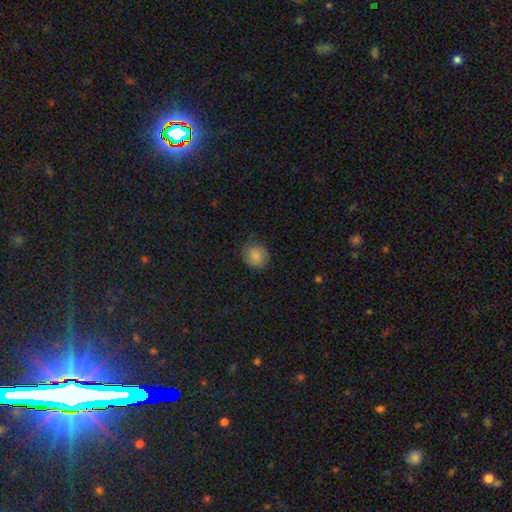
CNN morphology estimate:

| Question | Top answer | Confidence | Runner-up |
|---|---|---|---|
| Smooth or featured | smooth | 80% | featured or disk (12%) |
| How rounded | round | 81% | in between (18%) |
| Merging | none | 75% | minor disturbance (19%) |